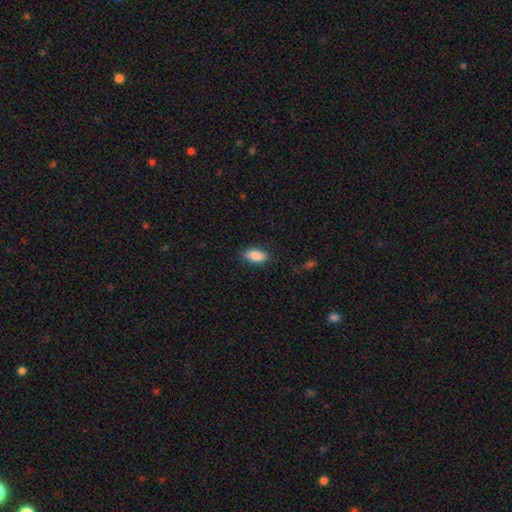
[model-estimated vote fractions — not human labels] Q: Smooth or featured?
A: smooth (88%); runner-up: star or artifact (7%)
Q: How rounded?
A: in between (91%); runner-up: cigar-shaped (5%)
Q: Merging?
A: none (86%); runner-up: minor disturbance (10%)